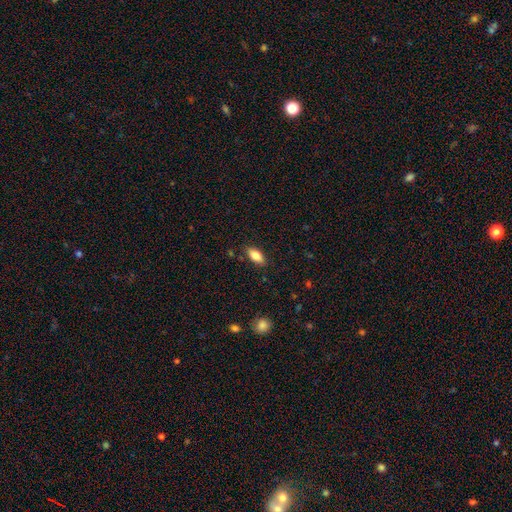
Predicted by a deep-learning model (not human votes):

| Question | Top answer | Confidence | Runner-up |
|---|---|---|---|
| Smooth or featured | smooth | 81% | featured or disk (12%) |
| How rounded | in between | 86% | cigar-shaped (11%) |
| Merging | none | 85% | minor disturbance (11%) |